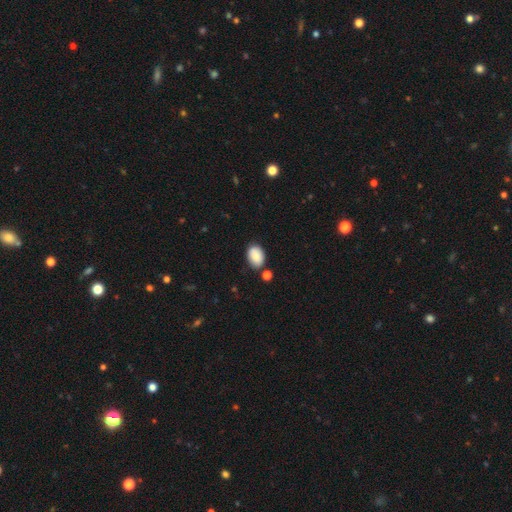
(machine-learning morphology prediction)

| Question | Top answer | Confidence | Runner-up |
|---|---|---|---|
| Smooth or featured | smooth | 86% | star or artifact (7%) |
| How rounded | in between | 86% | round (13%) |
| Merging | none | 75% | minor disturbance (15%) |